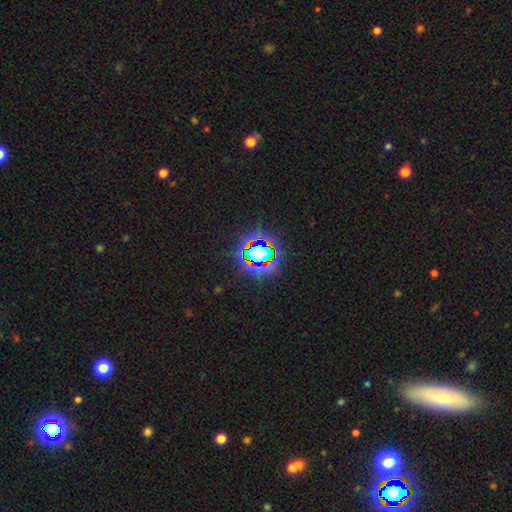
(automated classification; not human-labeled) The model was most divided on "smooth or featured": star or artifact: 68%, smooth: 19%, featured or disk: 13%.